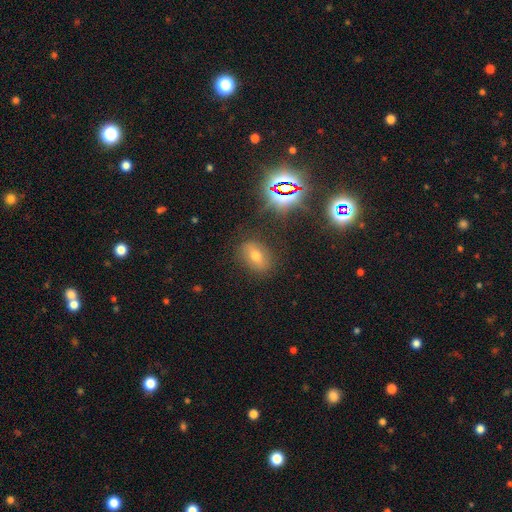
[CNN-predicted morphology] smooth-or-featured: smooth: 48% | star or artifact: 31% | featured or disk: 22%
  merging: none: 83% | minor disturbance: 11% | major disturbance: 4% | merger: 2%